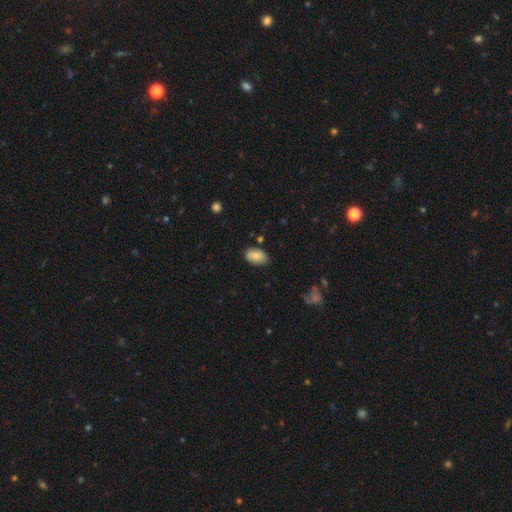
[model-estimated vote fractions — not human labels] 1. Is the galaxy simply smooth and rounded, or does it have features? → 79% smooth, 13% featured or disk, 8% star or artifact.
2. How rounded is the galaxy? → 91% in between, 8% round, 1% cigar-shaped.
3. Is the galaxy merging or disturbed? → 77% none, 18% minor disturbance, 3% major disturbance, 2% merger.